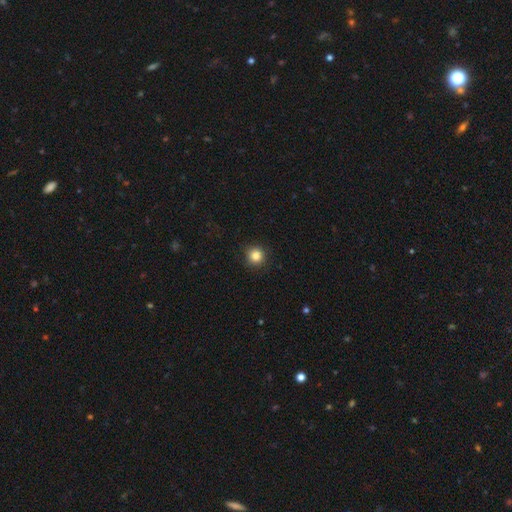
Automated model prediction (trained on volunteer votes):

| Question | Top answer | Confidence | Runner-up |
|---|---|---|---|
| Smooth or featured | smooth | 84% | star or artifact (11%) |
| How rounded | round | 95% | in between (4%) |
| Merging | none | 91% | minor disturbance (6%) |